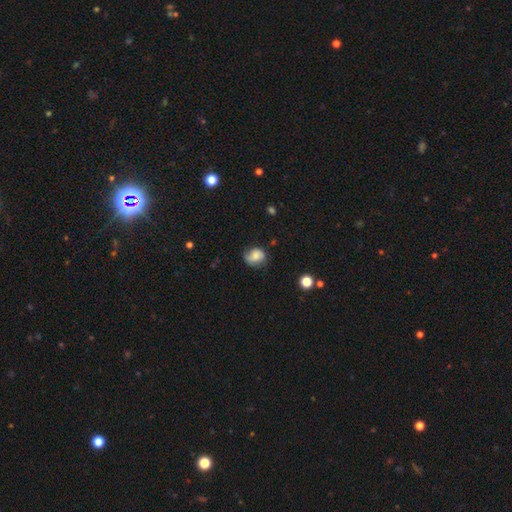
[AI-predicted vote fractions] smooth-or-featured: smooth: 63% | featured or disk: 27% | star or artifact: 10%
  how-rounded: round: 53% | in between: 46% | cigar-shaped: 1%
  merging: none: 56% | minor disturbance: 31% | major disturbance: 11% | merger: 2%